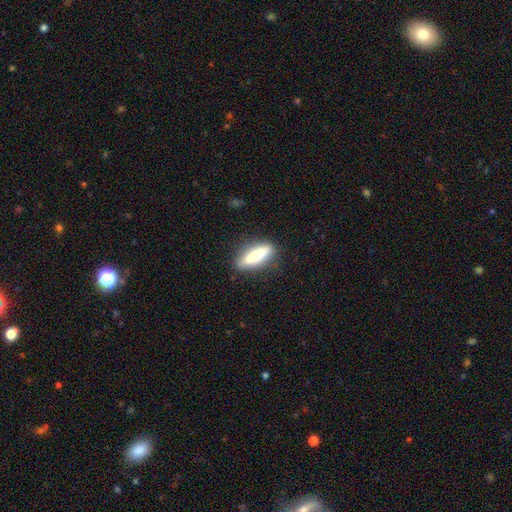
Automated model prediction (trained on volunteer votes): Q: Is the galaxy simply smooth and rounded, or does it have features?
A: smooth — 72%.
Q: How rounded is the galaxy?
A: cigar-shaped — 62%.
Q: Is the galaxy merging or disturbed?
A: none — 84%.